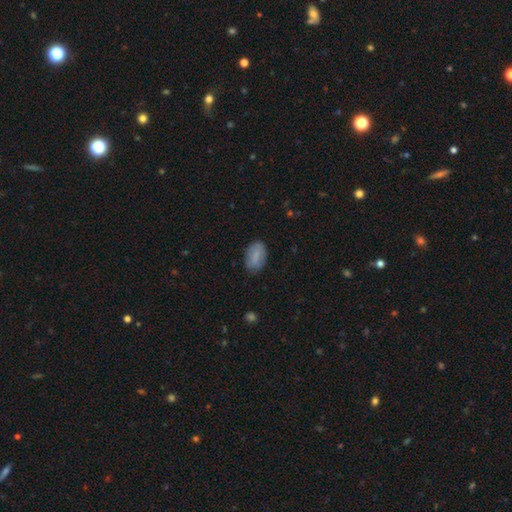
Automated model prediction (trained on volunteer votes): Smooth or featured? smooth (79%)
How rounded? in between (92%)
Merging? none (79%)